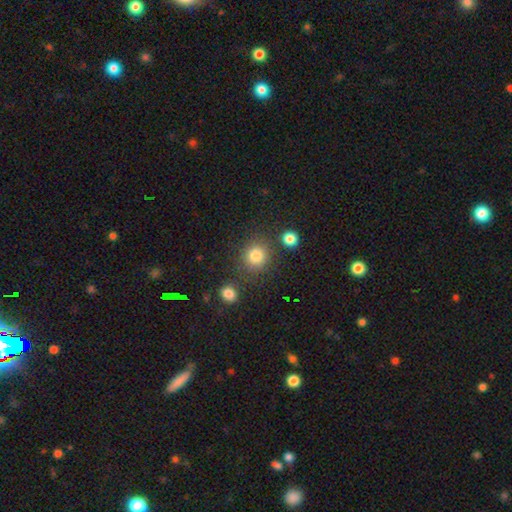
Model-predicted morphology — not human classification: A smooth galaxy with no disk features (83%) that is round (89%). Merging: none (81%).